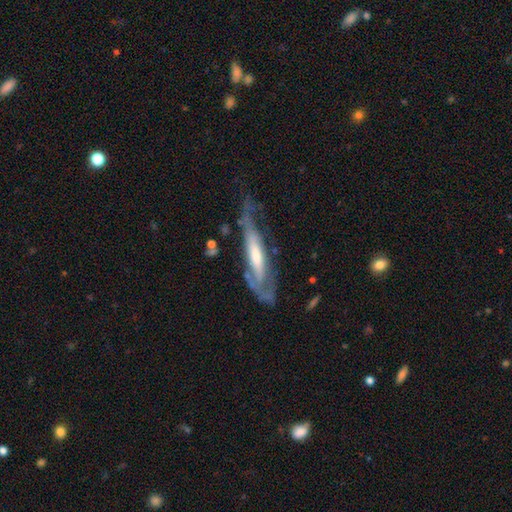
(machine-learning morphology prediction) smooth-or-featured: featured or disk: 70% | smooth: 24% | star or artifact: 6%
  disk-edge-on: no: 58% | yes: 42%
  merging: none: 43% | minor disturbance: 27% | major disturbance: 27% | merger: 3%